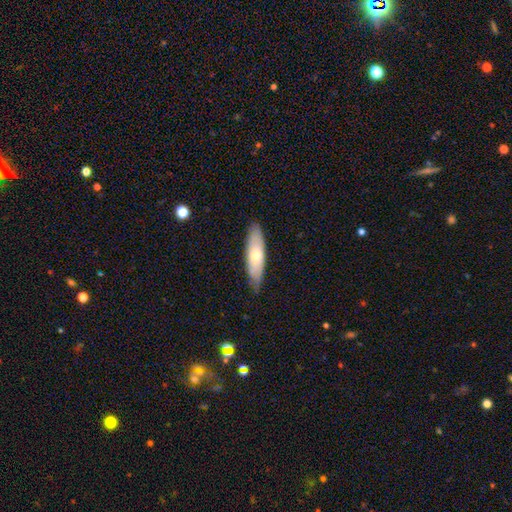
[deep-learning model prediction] smooth-or-featured: smooth: 62% | featured or disk: 33% | star or artifact: 6%
  how-rounded: cigar-shaped: 55% | in between: 43% | round: 2%
  merging: none: 79% | minor disturbance: 17% | major disturbance: 3% | merger: 1%